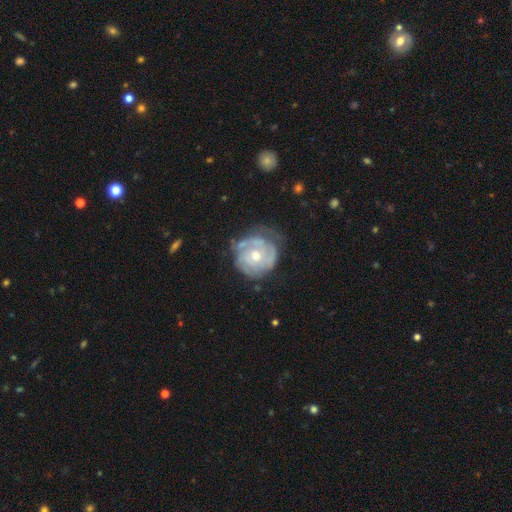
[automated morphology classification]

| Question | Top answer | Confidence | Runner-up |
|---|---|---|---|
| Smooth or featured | featured or disk | 77% | smooth (17%) |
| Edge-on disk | no | 98% | yes (2%) |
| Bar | no | 80% | weak (17%) |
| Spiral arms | yes | 84% | no (16%) |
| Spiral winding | tight | 71% | medium (22%) |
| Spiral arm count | can't tell | 45% | 2 (22%) |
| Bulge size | moderate | 61% | small (34%) |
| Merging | none | 58% | minor disturbance (26%) |